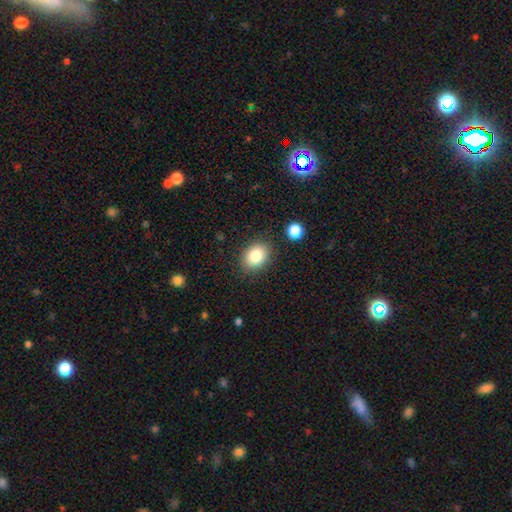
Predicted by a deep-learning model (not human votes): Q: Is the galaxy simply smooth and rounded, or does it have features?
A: smooth — 84%.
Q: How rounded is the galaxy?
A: in between — 61%.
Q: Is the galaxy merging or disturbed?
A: none — 85%.